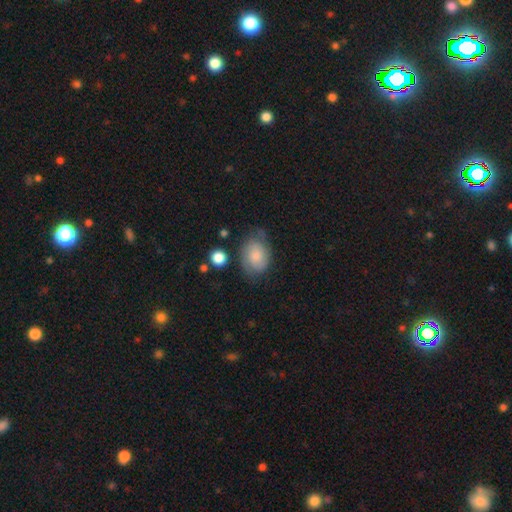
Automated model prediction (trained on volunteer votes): This is likely a smooth galaxy (64%). How rounded: likely in between (73%). Merging: possibly none (59%).